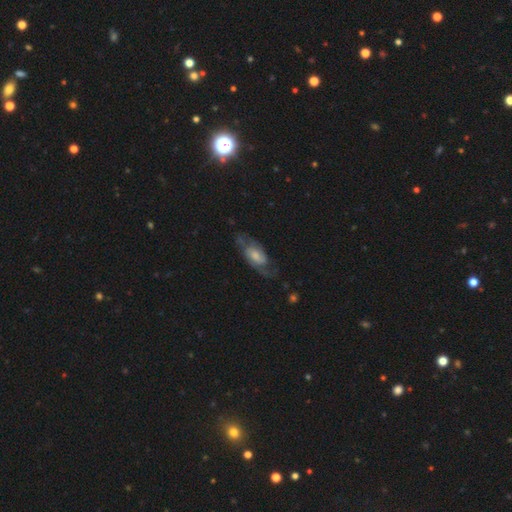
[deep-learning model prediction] The model was most divided on "bar": no: 51%, weak: 41%, strong: 8%. Remaining: edge-on disk — no (92%); spiral arms — yes (89%); spiral arm count — 2 (77%); smooth or featured — featured or disk (69%); merging — none (60%); spiral winding — medium (47%); bulge size — moderate (39%).